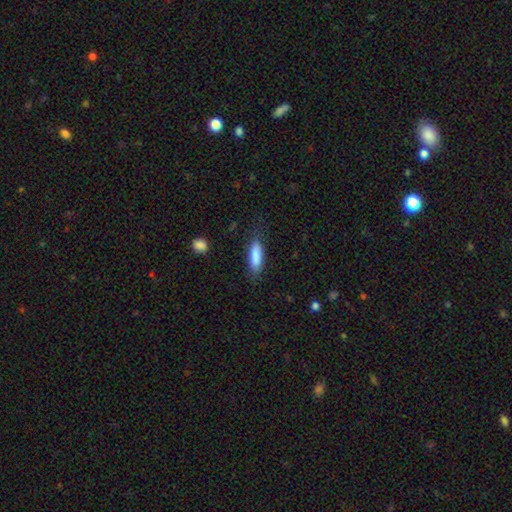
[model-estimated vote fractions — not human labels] Q: Smooth or featured?
A: smooth (85%); runner-up: featured or disk (9%)
Q: How rounded?
A: cigar-shaped (51%); runner-up: in between (47%)
Q: Merging?
A: none (79%); runner-up: minor disturbance (15%)